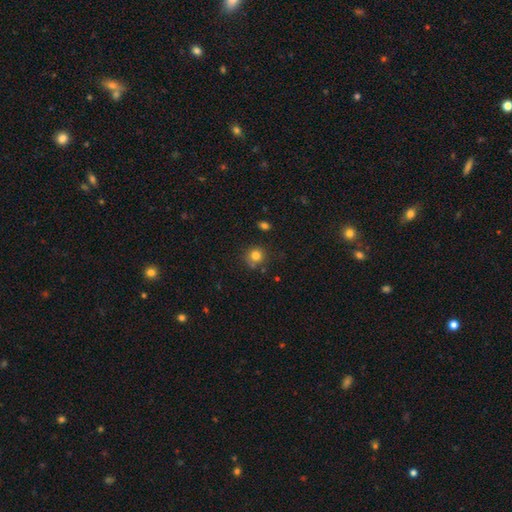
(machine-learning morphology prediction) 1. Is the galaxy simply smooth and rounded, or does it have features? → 80% smooth, 12% star or artifact, 7% featured or disk.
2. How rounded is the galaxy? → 88% round, 11% in between, 1% cigar-shaped.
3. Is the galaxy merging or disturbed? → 75% none, 15% minor disturbance, 6% merger, 4% major disturbance.